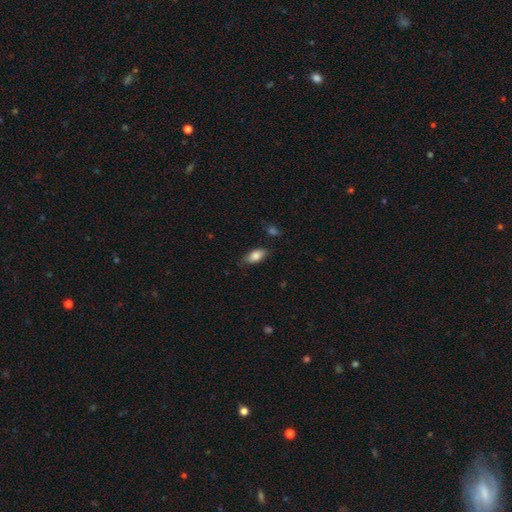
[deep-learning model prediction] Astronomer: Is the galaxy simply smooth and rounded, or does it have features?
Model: smooth — 83%.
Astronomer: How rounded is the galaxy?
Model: in between — 90%.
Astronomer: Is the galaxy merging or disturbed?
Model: none — 80%.